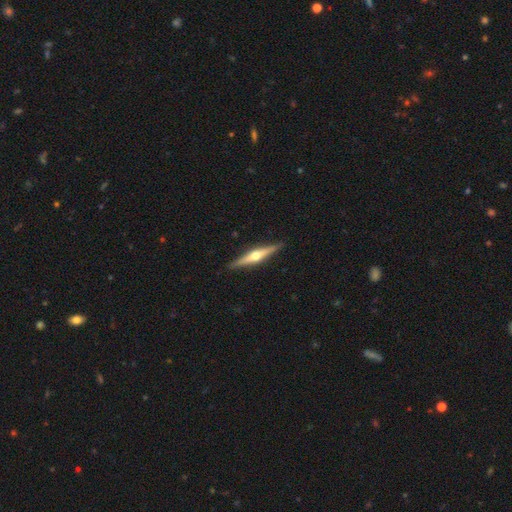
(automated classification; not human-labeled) Smooth or featured? Predicted: featured or disk (p=0.75). Edge-on disk? Predicted: yes (p=0.98). Edge-on bulge? Predicted: rounded (p=0.95). Merging? Predicted: none (p=0.90).